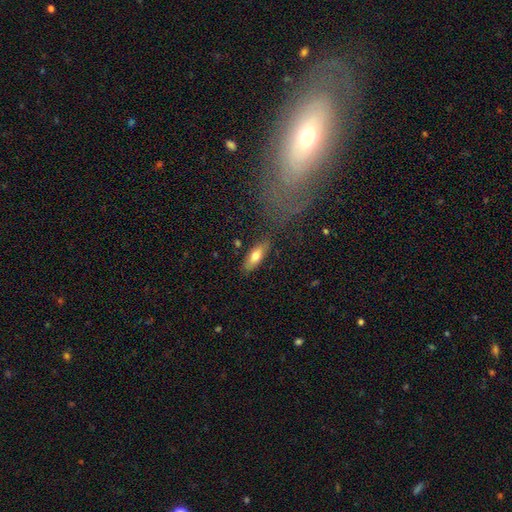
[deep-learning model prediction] The model was most divided on "how rounded": in between: 68%, cigar-shaped: 29%, round: 2%. More confident: merging — none (82%); smooth or featured — smooth (73%).